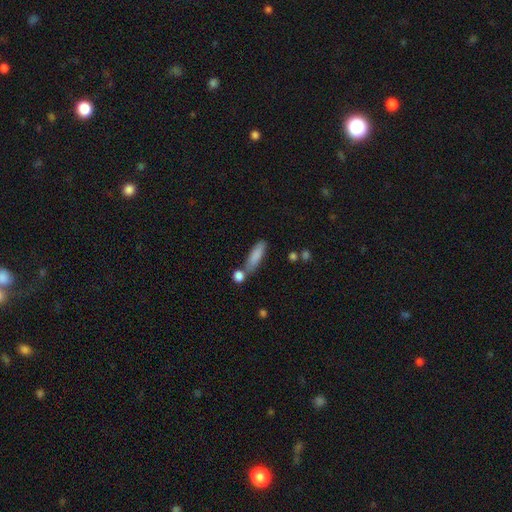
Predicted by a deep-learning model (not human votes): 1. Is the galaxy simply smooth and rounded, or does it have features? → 83% smooth, 10% featured or disk, 6% star or artifact.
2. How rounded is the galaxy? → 55% cigar-shaped, 43% in between, 2% round.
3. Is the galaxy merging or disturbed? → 61% none, 19% merger, 15% minor disturbance, 5% major disturbance.